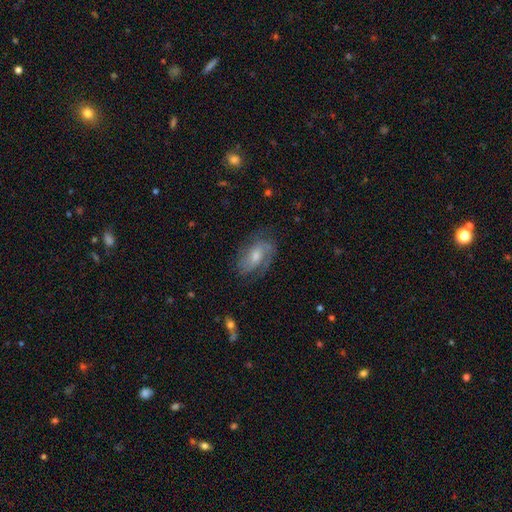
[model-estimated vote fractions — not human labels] Smooth or featured? featured or disk (69%)
Edge-on disk? no (95%)
Bar? no (52%)
Spiral arms? yes (90%)
Spiral winding? medium (44%)
Spiral arm count? 2 (64%)
Bulge size? moderate (52%)
Merging? none (69%)